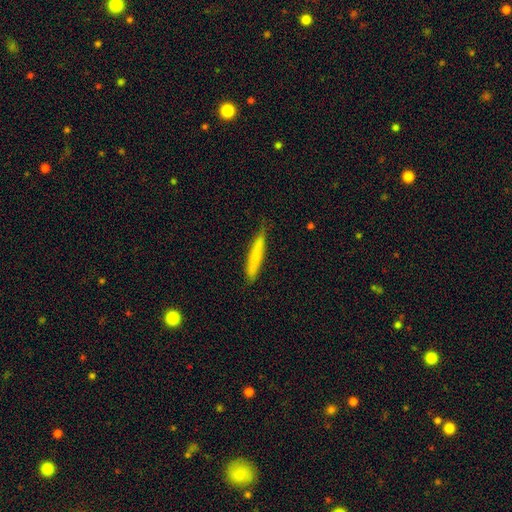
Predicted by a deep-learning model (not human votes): This appears to be a smooth galaxy with no disk features (72%) that is cigar-shaped (95%). Merging: none (80%).